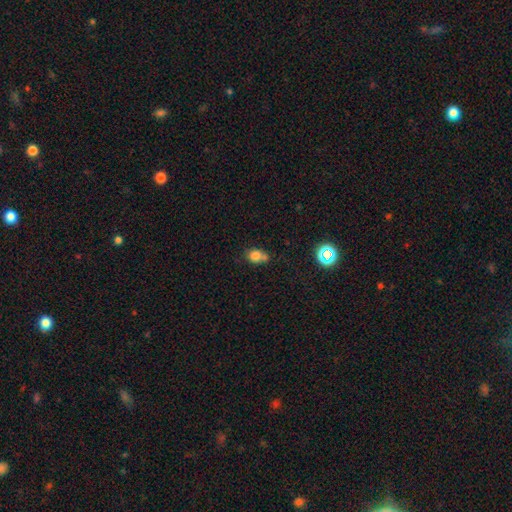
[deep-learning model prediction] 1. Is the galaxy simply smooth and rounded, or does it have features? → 76% smooth, 13% star or artifact, 10% featured or disk.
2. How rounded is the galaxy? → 53% round, 45% in between, 1% cigar-shaped.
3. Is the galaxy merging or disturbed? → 44% none, 28% merger, 20% minor disturbance, 7% major disturbance.